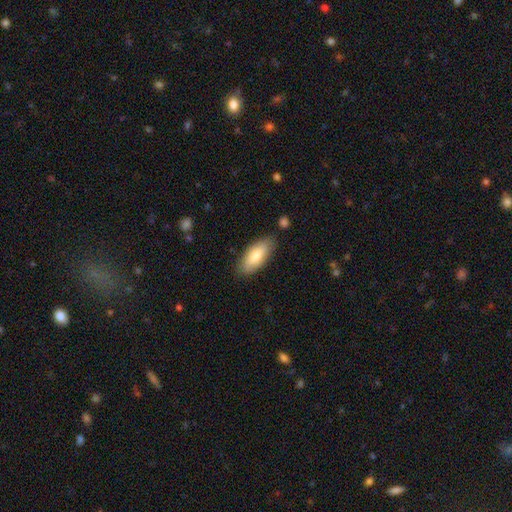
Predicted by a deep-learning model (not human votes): smooth_or_featured: smooth (p=0.75) [alt: featured or disk p=0.19]
how_rounded: in between (p=0.81) [alt: cigar-shaped p=0.17]
merging: none (p=0.83) [alt: minor disturbance p=0.13]